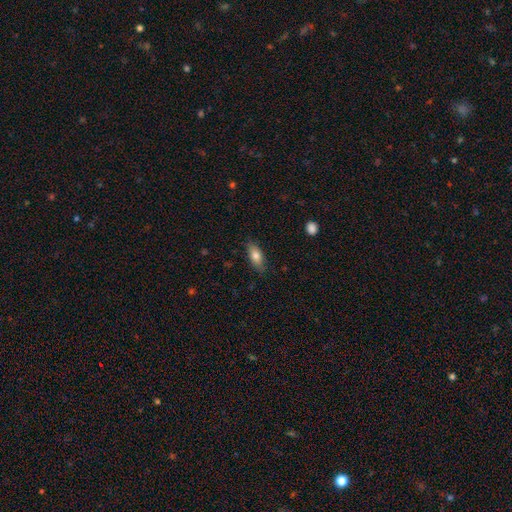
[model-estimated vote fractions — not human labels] This is likely a smooth galaxy (76%). How rounded: likely in between (78%). Merging: clearly none (85%).